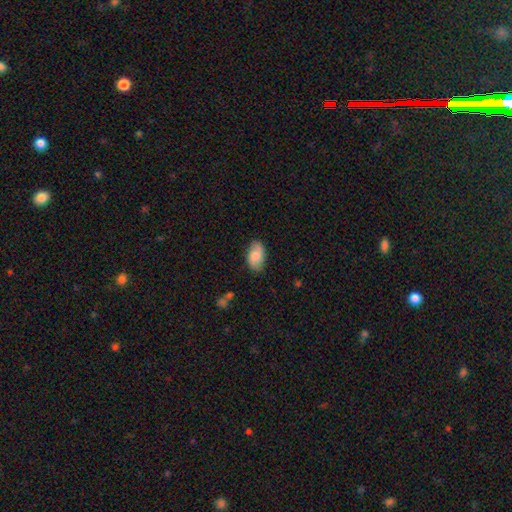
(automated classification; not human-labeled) Smooth or featured? smooth (73%)
How rounded? in between (93%)
Merging? none (79%)